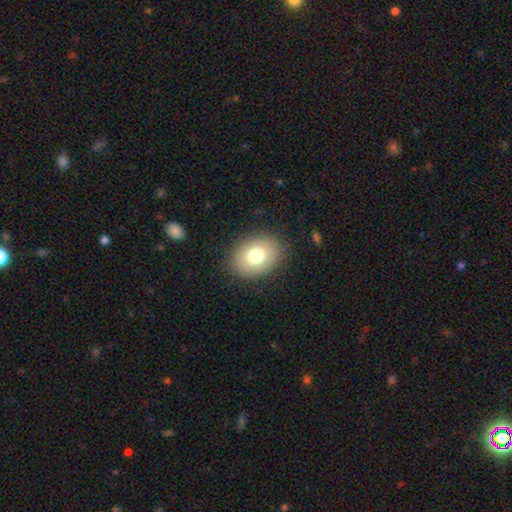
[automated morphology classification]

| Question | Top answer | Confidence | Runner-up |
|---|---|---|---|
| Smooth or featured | smooth | 76% | featured or disk (14%) |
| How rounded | in between | 67% | round (32%) |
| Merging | none | 86% | minor disturbance (10%) |